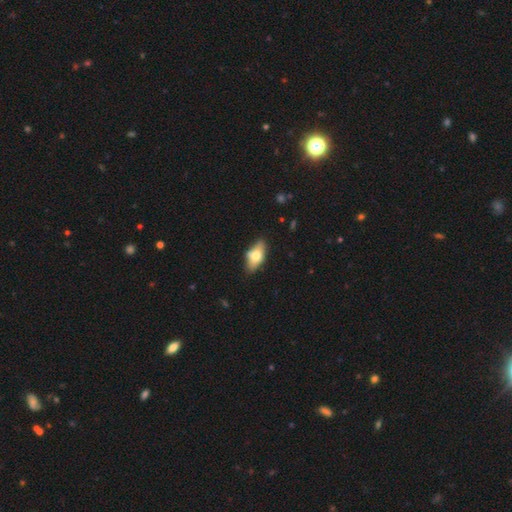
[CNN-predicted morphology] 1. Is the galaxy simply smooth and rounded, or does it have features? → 65% smooth, 28% featured or disk, 7% star or artifact.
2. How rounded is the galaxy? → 85% in between, 11% cigar-shaped, 4% round.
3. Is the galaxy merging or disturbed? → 74% none, 19% minor disturbance, 4% major disturbance, 3% merger.